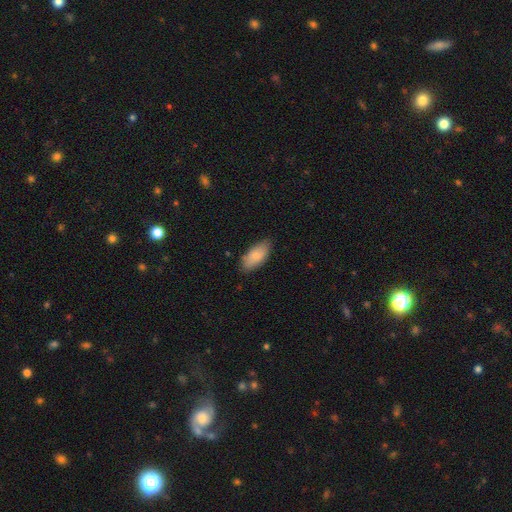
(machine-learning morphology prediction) A smooth galaxy with no disk features (81%) that is in between round and cigar-shaped (90%).

Vote fractions:
- Smooth or featured? smooth: 81% / featured or disk: 13% / star or artifact: 6%
- How rounded? in between: 90% / cigar-shaped: 8% / round: 2%
- Merging? none: 80% / minor disturbance: 16% / major disturbance: 3% / merger: 1%